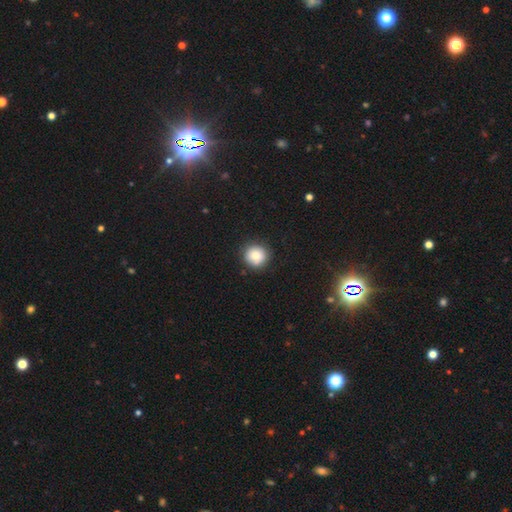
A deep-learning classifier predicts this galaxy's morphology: This appears to be a smooth galaxy with no disk features (84%) that is round (93%). Merging: none (87%).